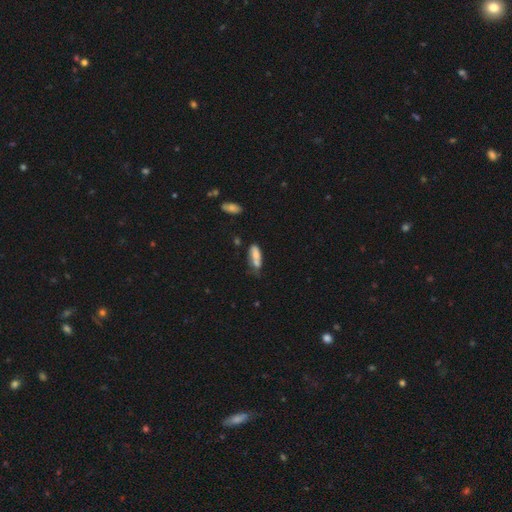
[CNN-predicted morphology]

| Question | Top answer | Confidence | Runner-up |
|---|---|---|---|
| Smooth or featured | smooth | 67% | featured or disk (25%) |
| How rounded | in between | 66% | cigar-shaped (32%) |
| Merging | none | 34% | minor disturbance (29%) |